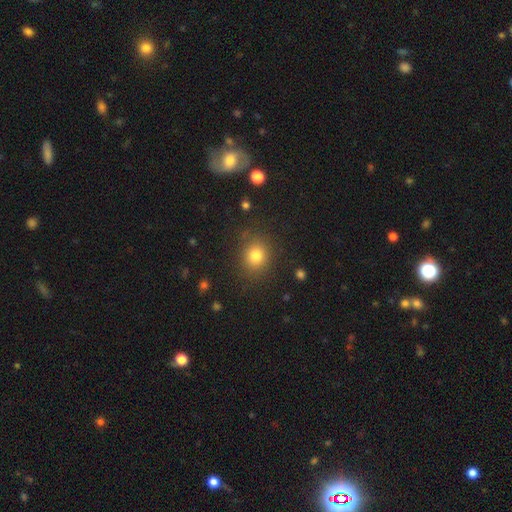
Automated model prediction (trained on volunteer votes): A smooth galaxy with no disk features (80%) that is round (76%).

Vote fractions:
- Smooth or featured? smooth: 80% / star or artifact: 13% / featured or disk: 7%
- How rounded? round: 76% / in between: 23% / cigar-shaped: 1%
- Merging? none: 85% / minor disturbance: 9% / major disturbance: 4% / merger: 2%